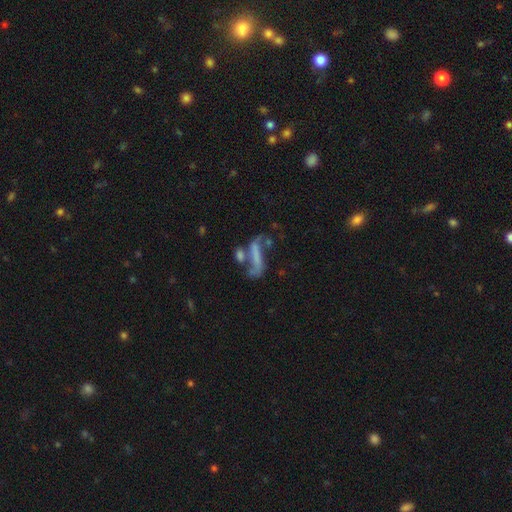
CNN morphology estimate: Smooth or featured: featured or disk — 45% (smooth — 41%)
Merging: merger — 35% (none — 28%)